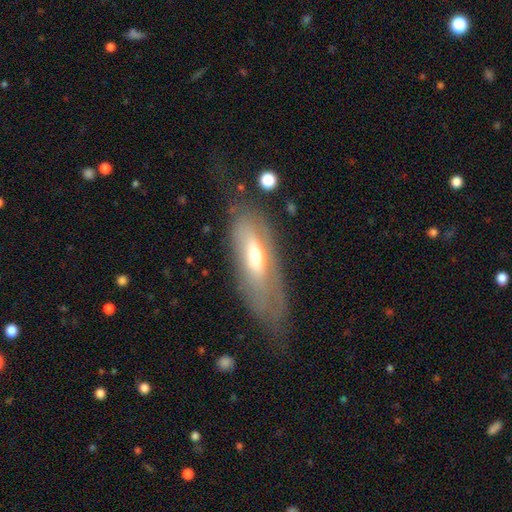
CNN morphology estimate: Smooth or featured? Predicted: featured or disk (p=0.47). Merging? Predicted: none (p=0.52).